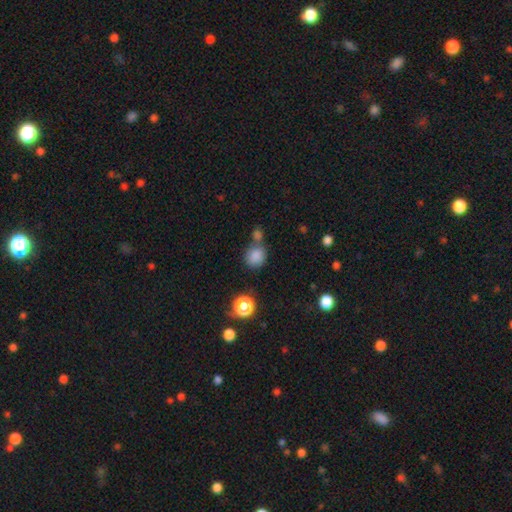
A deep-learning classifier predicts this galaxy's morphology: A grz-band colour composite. It shows a smooth galaxy with no disk features (83%) that is round (78%). Merging: none (57%).